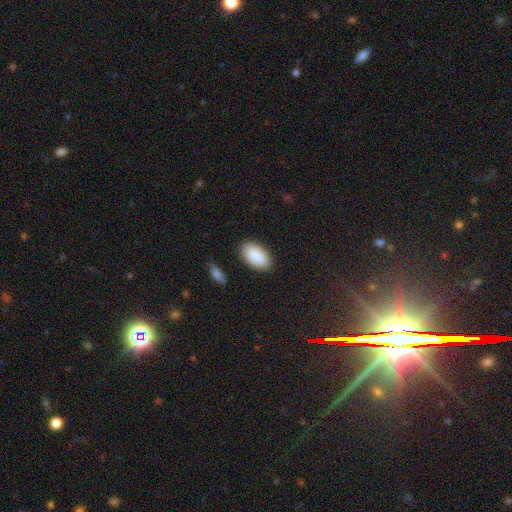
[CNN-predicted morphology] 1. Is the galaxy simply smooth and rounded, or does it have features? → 90% smooth, 6% star or artifact, 4% featured or disk.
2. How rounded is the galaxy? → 95% in between, 3% round, 2% cigar-shaped.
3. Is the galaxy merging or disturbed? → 86% none, 10% minor disturbance, 3% major disturbance, 2% merger.